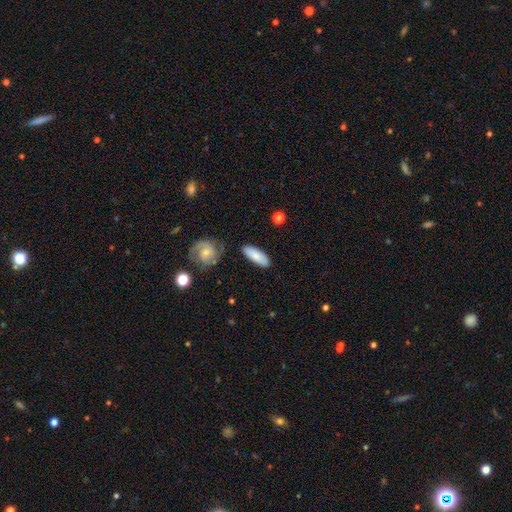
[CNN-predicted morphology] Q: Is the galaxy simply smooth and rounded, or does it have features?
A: smooth — 76%.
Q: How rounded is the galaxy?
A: in between — 61%.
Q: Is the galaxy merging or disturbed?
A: none — 79%.